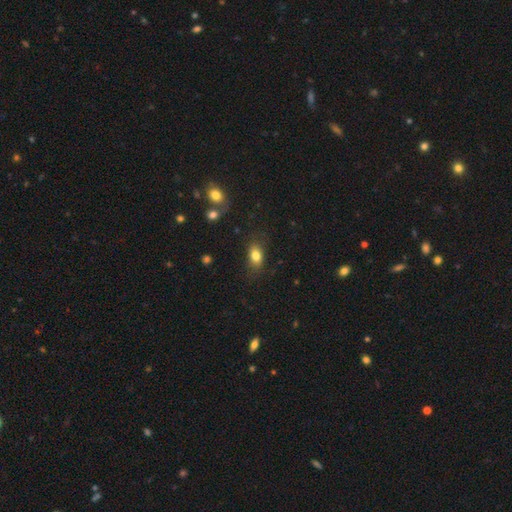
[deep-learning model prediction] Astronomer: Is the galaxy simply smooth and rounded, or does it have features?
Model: smooth — 81%.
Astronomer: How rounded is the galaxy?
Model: in between — 84%.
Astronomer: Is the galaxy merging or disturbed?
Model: none — 78%.